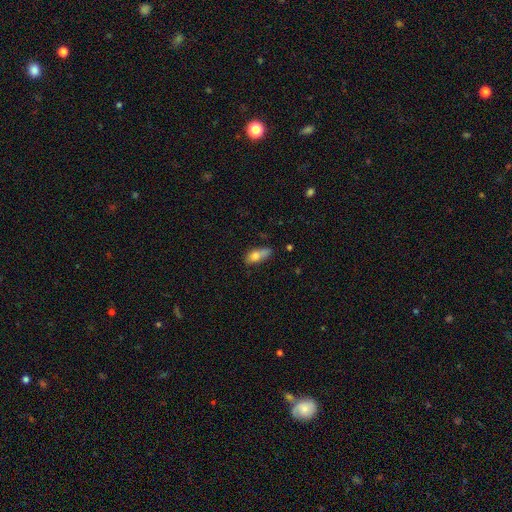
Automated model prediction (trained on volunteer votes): Smooth or featured: smooth — 73% (featured or disk — 20%)
How rounded: in between — 69% (cigar-shaped — 27%)
Merging: none — 52% (minor disturbance — 32%)